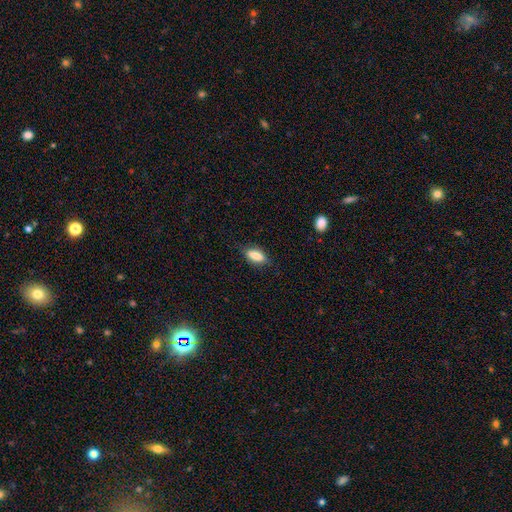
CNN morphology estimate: smooth 81%, featured or disk 11%, star or artifact 8%. Down the decision tree: how rounded — in between (73%); merging — none (77%).